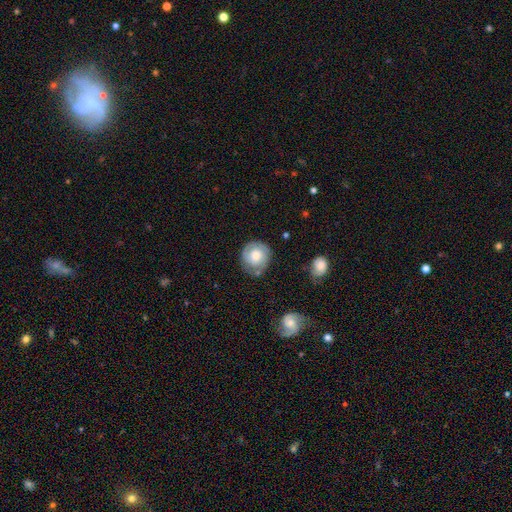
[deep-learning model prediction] featured or disk 53%, smooth 40%, star or artifact 7%. Down the decision tree: edge-on disk — no (97%); bar — no (71%); spiral arms — yes (85%); bulge size — moderate (53%); merging — none (72%).